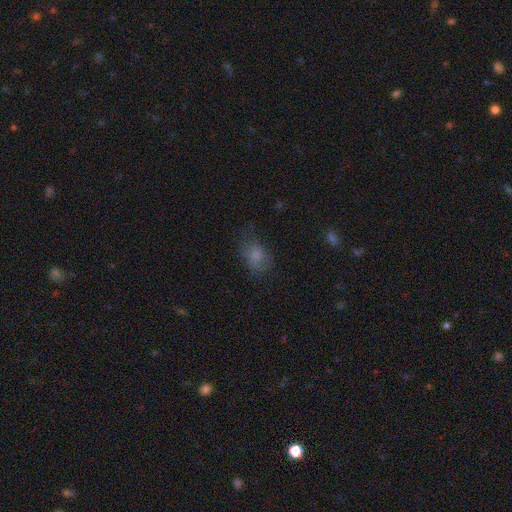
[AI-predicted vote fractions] This is likely a smooth galaxy (72%). How rounded: likely in between (73%). Merging: possibly none (54%).